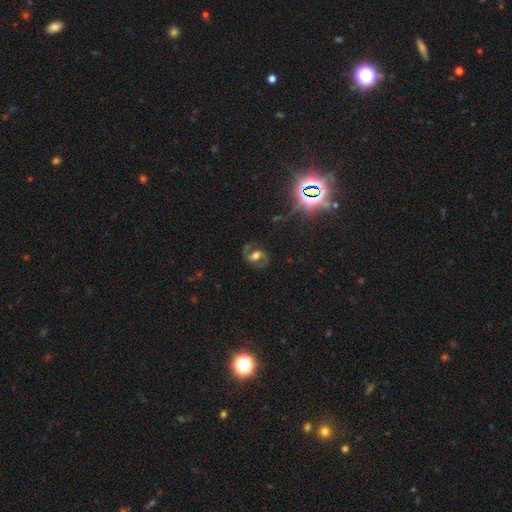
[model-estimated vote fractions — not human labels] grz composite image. It shows a featured or disk galaxy (75%) with a weak bar (42%), 2 (91%) medium (55%) spiral arms (92%) and a moderate central bulge (57%). Merging: none (76%).